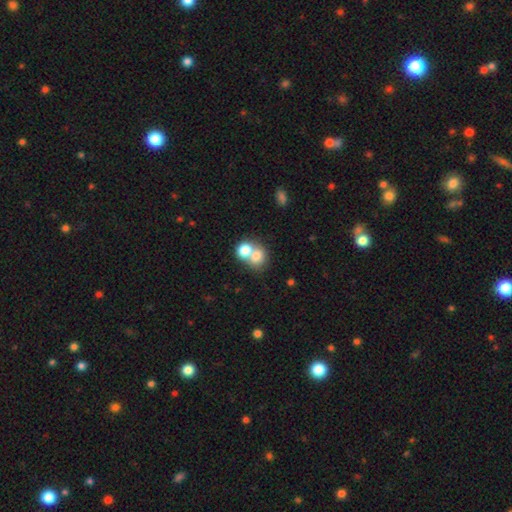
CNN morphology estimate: smooth_or_featured: smooth (p=0.74) [alt: featured or disk p=0.16]
how_rounded: round (p=0.67) [alt: in between p=0.32]
merging: merger (p=0.64) [alt: none p=0.27]